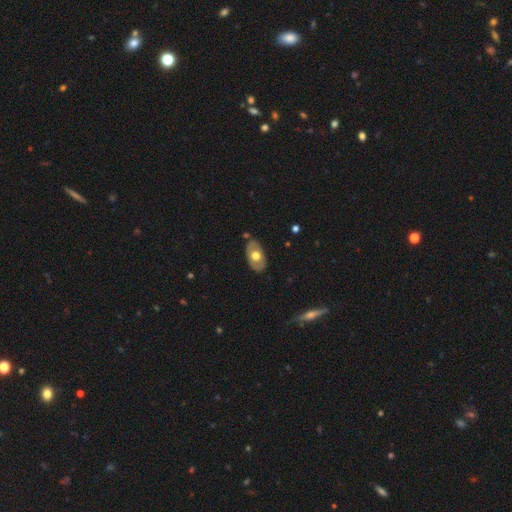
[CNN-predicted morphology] Smooth or featured? Predicted: smooth (p=0.47, tied with featured or disk). Merging? Predicted: none (p=0.80).